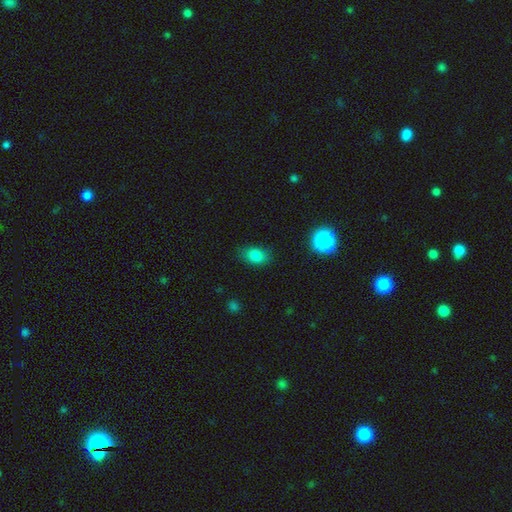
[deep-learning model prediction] A smooth galaxy with no disk features (82%) that is in between round and cigar-shaped (79%).

Vote fractions:
- Smooth or featured? smooth: 82% / star or artifact: 12% / featured or disk: 7%
- How rounded? in between: 79% / round: 19% / cigar-shaped: 2%
- Merging? none: 78% / minor disturbance: 16% / major disturbance: 4% / merger: 1%